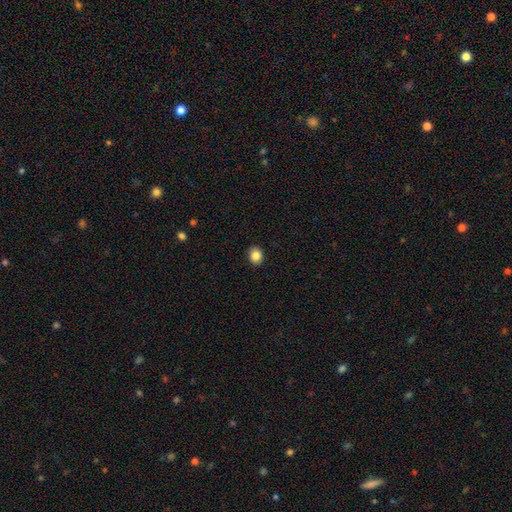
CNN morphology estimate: The model was most divided on "how rounded": round: 60%, in between: 39%, cigar-shaped: 1%. More confident: merging — none (91%); smooth or featured — smooth (85%).